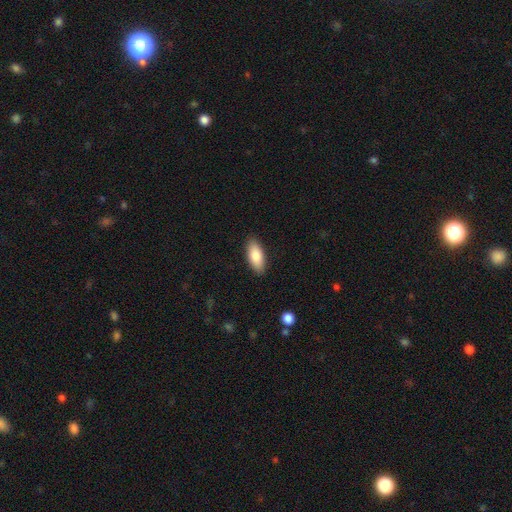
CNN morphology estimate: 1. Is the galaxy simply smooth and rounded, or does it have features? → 81% smooth, 13% featured or disk, 6% star or artifact.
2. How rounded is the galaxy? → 83% in between, 15% cigar-shaped, 2% round.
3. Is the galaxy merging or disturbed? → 88% none, 9% minor disturbance, 2% major disturbance, 1% merger.